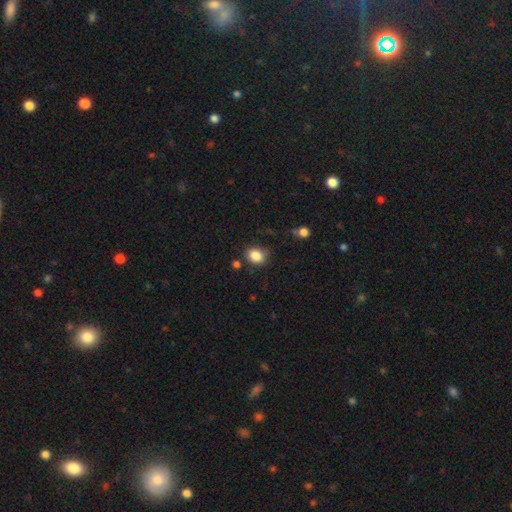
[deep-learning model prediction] The model was most divided on "how rounded": in between: 54%, round: 45%, cigar-shaped: 1%. More confident: smooth or featured — smooth (86%); merging — none (76%).